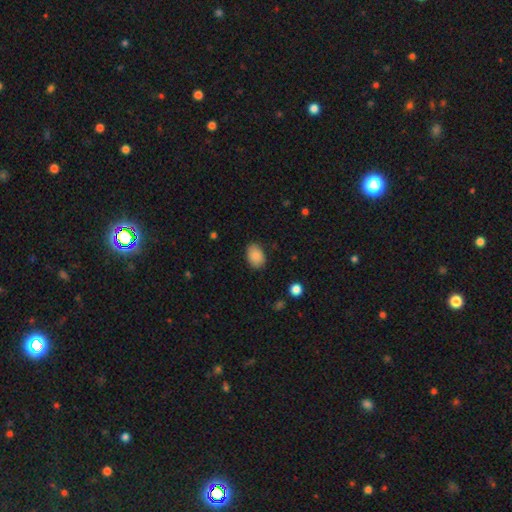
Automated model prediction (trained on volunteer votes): A smooth galaxy with no disk features (86%) that is in between round and cigar-shaped (79%).

Vote fractions:
- Smooth or featured? smooth: 86% / star or artifact: 8% / featured or disk: 7%
- How rounded? in between: 79% / round: 20% / cigar-shaped: 1%
- Merging? none: 84% / minor disturbance: 13% / major disturbance: 3% / merger: 1%